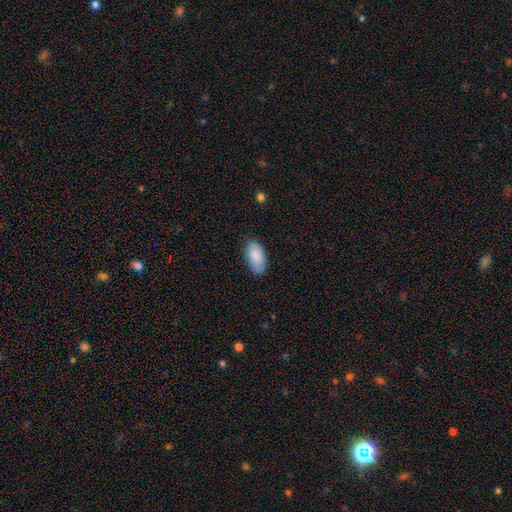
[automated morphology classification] Overall: smooth (87%). How rounded: in between (94%). Merging: none (81%).